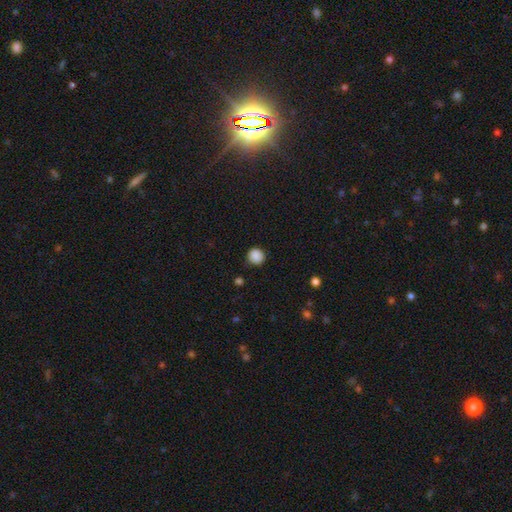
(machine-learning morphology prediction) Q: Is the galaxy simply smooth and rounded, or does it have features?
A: smooth — 88%.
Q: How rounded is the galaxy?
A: round — 93%.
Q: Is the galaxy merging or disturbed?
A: none — 87%.